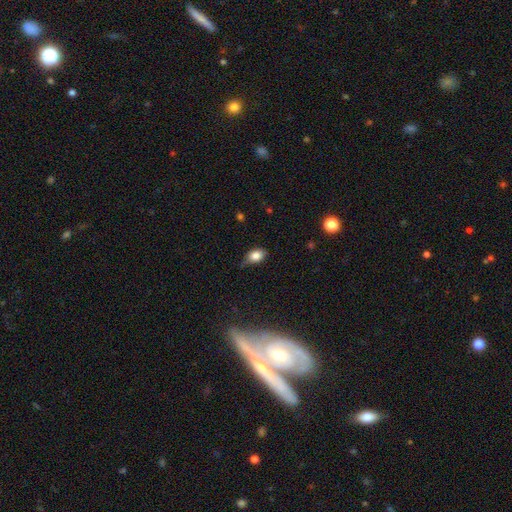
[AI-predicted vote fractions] Smooth or featured? smooth (81%)
How rounded? in between (83%)
Merging? none (62%)